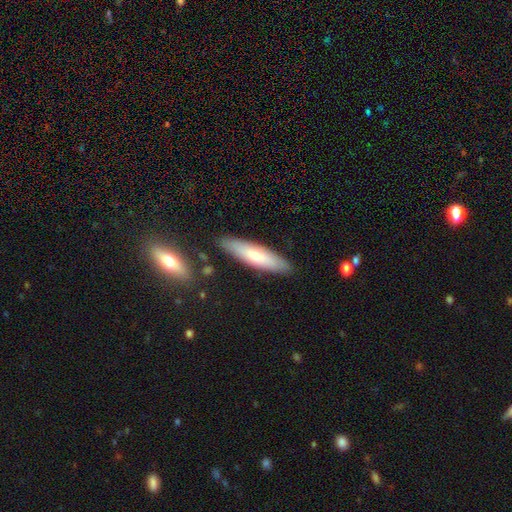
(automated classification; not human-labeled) Smooth or featured? Predicted: smooth (p=0.66). How rounded? Predicted: cigar-shaped (p=0.71). Merging? Predicted: none (p=0.86).